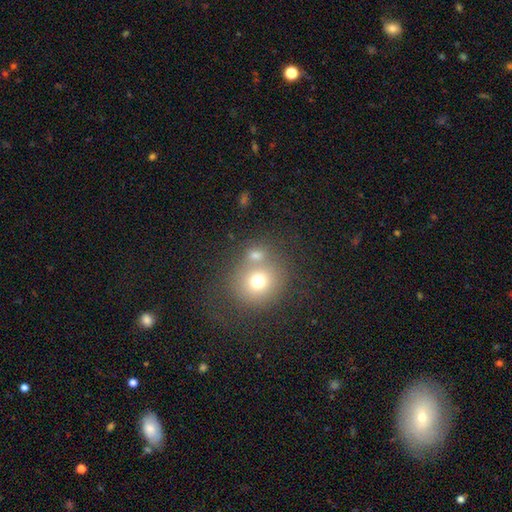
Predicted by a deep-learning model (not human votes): Morphology: type=smooth (68%); roundness=round (83%); merging=none (46%).